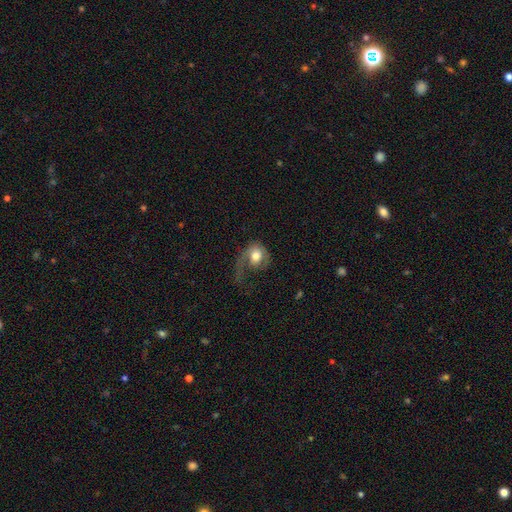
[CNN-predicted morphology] type=featured or disk (47%); merging=major disturbance (56%).